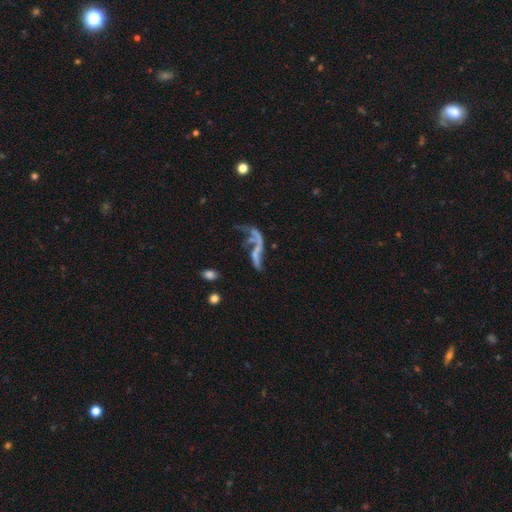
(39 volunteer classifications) This is likely a featured or disk galaxy (69%). It is clearly not viewed edge-on (100%). Bar: clearly no (81%). Spiral arm pattern: possibly yes (52%). Spiral arm count: possibly 2 (50%). Spiral winding: clearly loose (100%). Central bulge: likely none (67%). Merging: possibly major disturbance (51%).